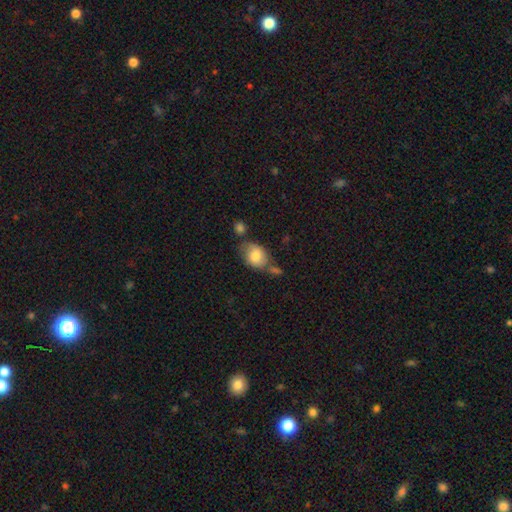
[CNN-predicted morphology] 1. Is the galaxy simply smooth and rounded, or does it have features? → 75% smooth, 17% featured or disk, 8% star or artifact.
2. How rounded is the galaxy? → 69% in between, 30% round, 1% cigar-shaped.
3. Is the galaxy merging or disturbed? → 50% none, 23% minor disturbance, 18% merger, 9% major disturbance.